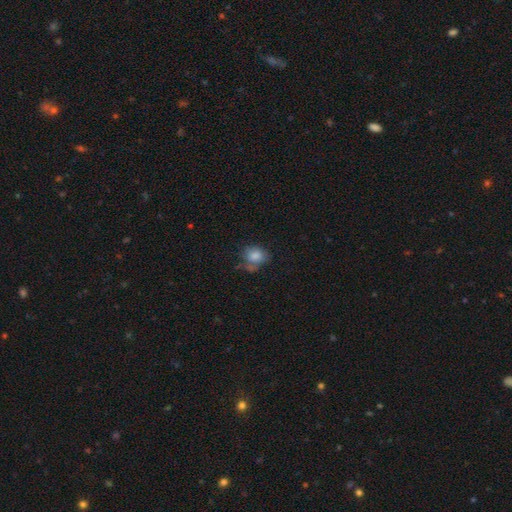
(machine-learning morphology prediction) smooth_or_featured: smooth (p=0.77) [alt: featured or disk p=0.12]
how_rounded: round (p=0.55) [alt: in between p=0.44]
merging: none (p=0.46) [alt: minor disturbance p=0.27]